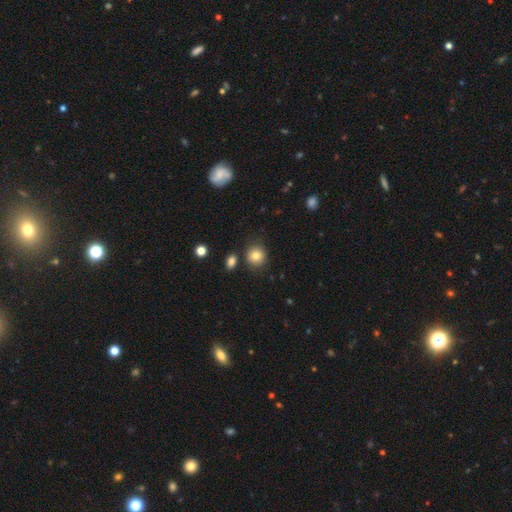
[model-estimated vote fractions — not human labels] Smooth or featured: smooth — 82% (star or artifact — 10%)
How rounded: round — 85% (in between — 14%)
Merging: none — 81% (minor disturbance — 11%)